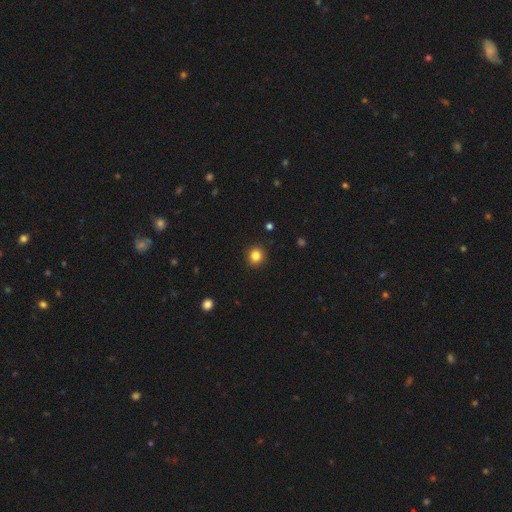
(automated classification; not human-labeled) The model was most divided on "smooth or featured": smooth: 84%, star or artifact: 11%, featured or disk: 5%. More confident: merging — none (92%); how rounded — round (89%).